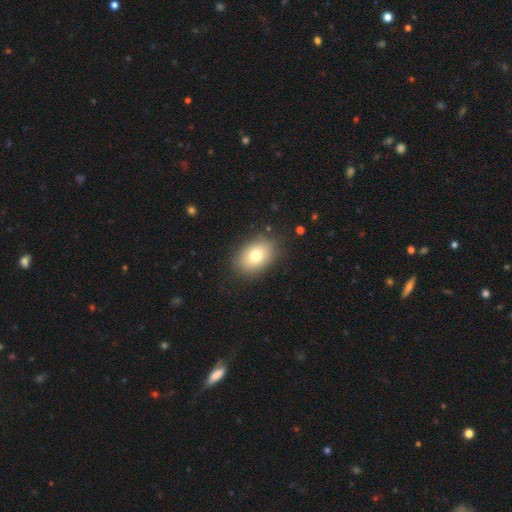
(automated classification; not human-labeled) Overall: smooth (80%). How rounded: in between (83%). Merging: none (84%).